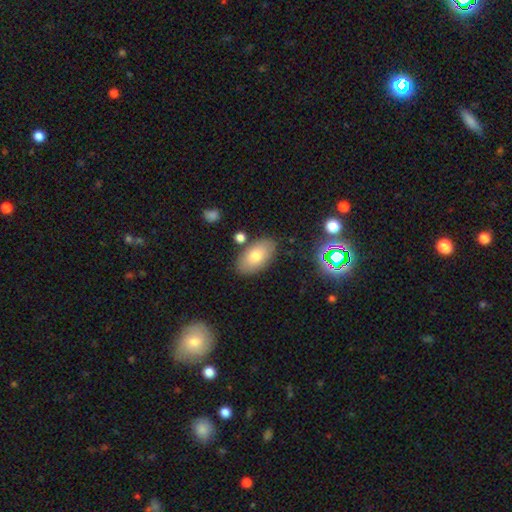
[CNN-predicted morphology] Smooth or featured? Predicted: smooth (p=0.75). How rounded? Predicted: in between (p=0.93). Merging? Predicted: none (p=0.82).